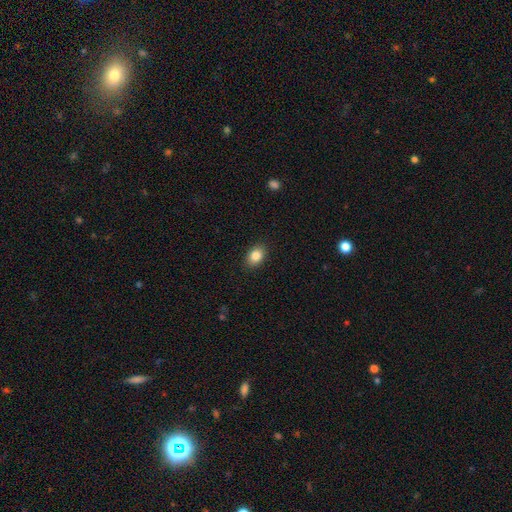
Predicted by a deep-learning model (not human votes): Smooth or featured?
  - smooth: 85% *
  - star or artifact: 9%
  - featured or disk: 7%
How rounded?
  - in between: 77% *
  - round: 21%
  - cigar-shaped: 1%
Merging?
  - none: 89% *
  - minor disturbance: 8%
  - major disturbance: 2%
  - merger: 1%